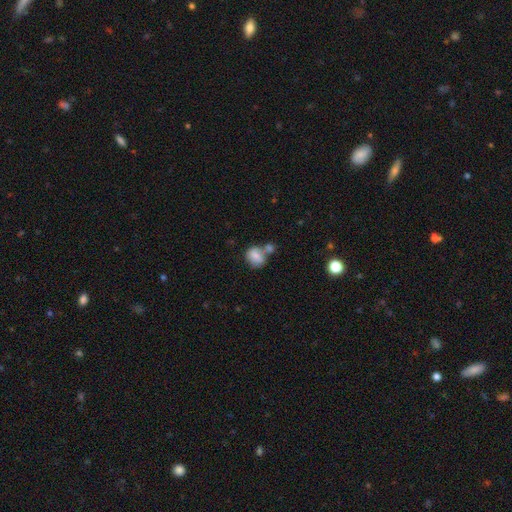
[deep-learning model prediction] Morphology: type=smooth (78%); roundness=round (54%); merging=merger (43%).